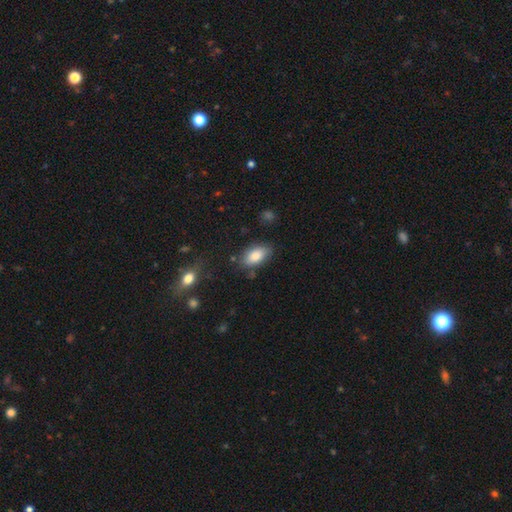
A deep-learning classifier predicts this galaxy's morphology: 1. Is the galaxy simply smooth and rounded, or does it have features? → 84% smooth, 9% featured or disk, 7% star or artifact.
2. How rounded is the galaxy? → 92% in between, 5% round, 3% cigar-shaped.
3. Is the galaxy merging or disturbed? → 76% none, 17% minor disturbance, 4% major disturbance, 3% merger.